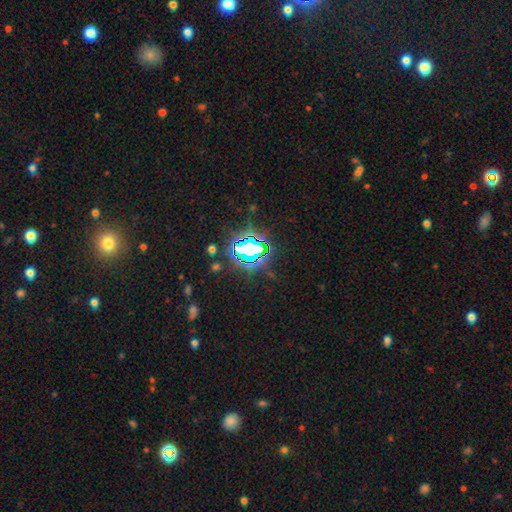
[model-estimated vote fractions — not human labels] Q: Smooth or featured?
A: star or artifact (79%); runner-up: smooth (13%)